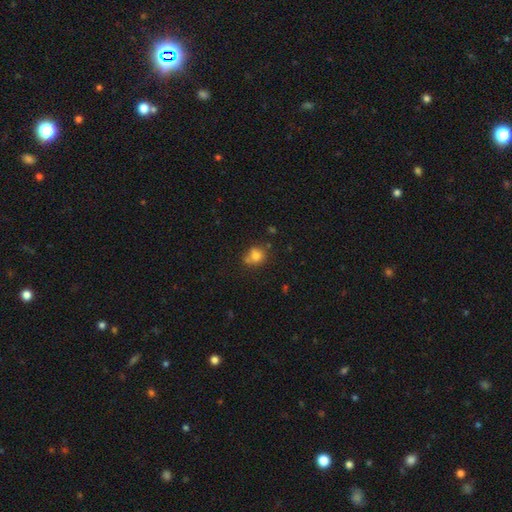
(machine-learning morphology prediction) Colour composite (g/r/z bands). It shows a smooth galaxy with no disk features (77%) that is round (76%). Merging: none (57%).